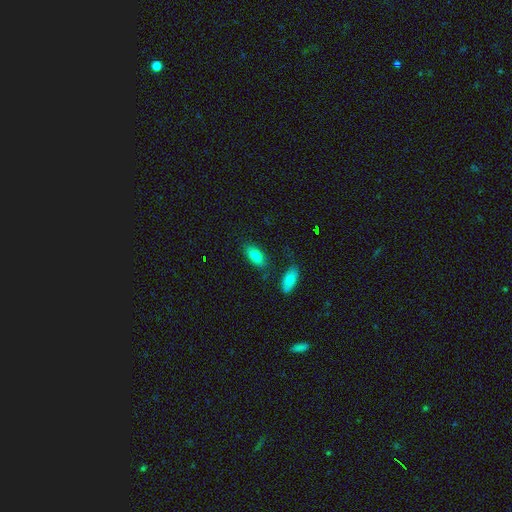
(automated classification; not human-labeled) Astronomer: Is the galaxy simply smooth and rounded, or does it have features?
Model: smooth — 81%.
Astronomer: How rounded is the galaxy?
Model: in between — 88%.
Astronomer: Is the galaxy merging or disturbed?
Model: none — 79%.